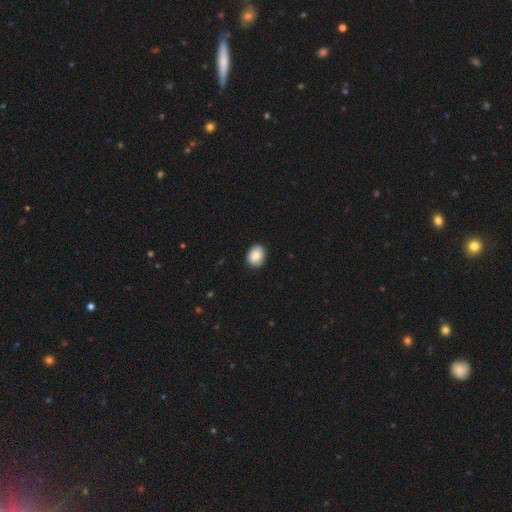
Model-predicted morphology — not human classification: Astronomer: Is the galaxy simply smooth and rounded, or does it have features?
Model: smooth — 86%.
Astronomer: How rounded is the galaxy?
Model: in between — 51% (runner-up: round, 48%).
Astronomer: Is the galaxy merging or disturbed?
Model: none — 85%.